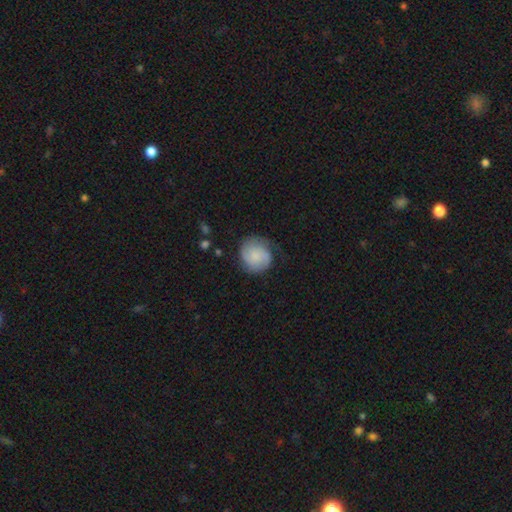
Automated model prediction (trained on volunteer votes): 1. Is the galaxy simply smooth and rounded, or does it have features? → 52% smooth, 41% featured or disk, 7% star or artifact.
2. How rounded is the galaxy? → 87% round, 12% in between, 1% cigar-shaped.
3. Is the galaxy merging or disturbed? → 68% none, 22% minor disturbance, 9% major disturbance, 1% merger.